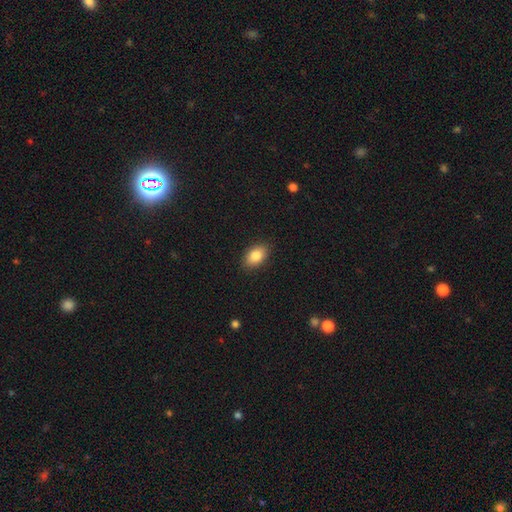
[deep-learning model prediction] Smooth or featured?
  - smooth: 85% *
  - featured or disk: 8%
  - star or artifact: 8%
How rounded?
  - in between: 89% *
  - round: 9%
  - cigar-shaped: 2%
Merging?
  - none: 89% *
  - minor disturbance: 8%
  - major disturbance: 2%
  - merger: 1%